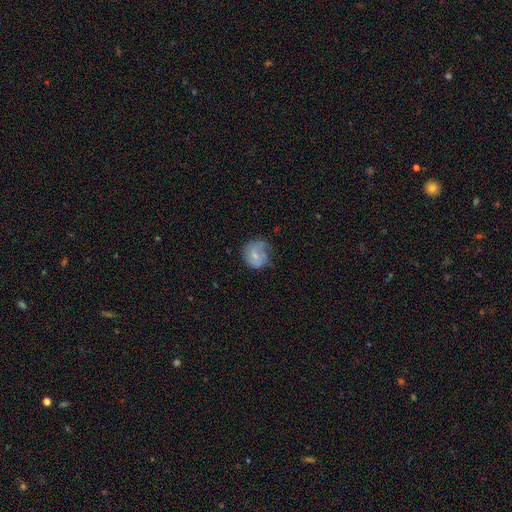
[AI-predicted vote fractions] A smooth galaxy with no disk features (52%) that is round (73%).

Vote fractions:
- Smooth or featured? smooth: 52% / featured or disk: 40% / star or artifact: 8%
- How rounded? round: 73% / in between: 26% / cigar-shaped: 1%
- Merging? none: 46% / minor disturbance: 31% / major disturbance: 21% / merger: 2%